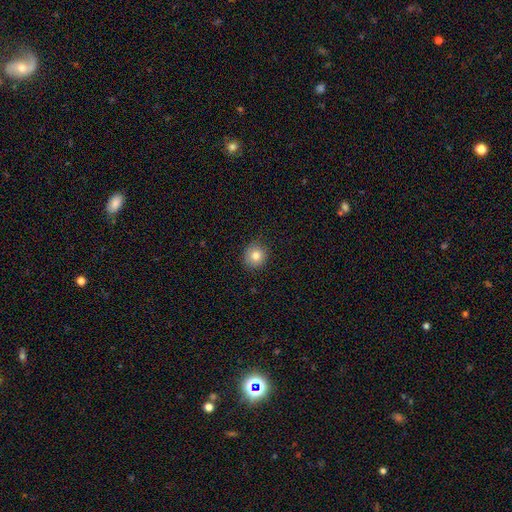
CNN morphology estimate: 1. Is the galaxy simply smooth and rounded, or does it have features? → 81% smooth, 10% star or artifact, 9% featured or disk.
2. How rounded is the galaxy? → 88% round, 12% in between, 1% cigar-shaped.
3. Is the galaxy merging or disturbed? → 85% none, 12% minor disturbance, 3% major disturbance, 1% merger.